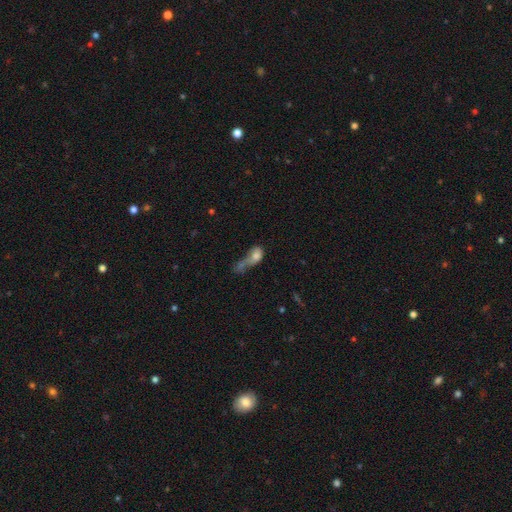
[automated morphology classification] Smooth or featured? smooth (63%)
How rounded? in between (69%)
Merging? merger (43%)